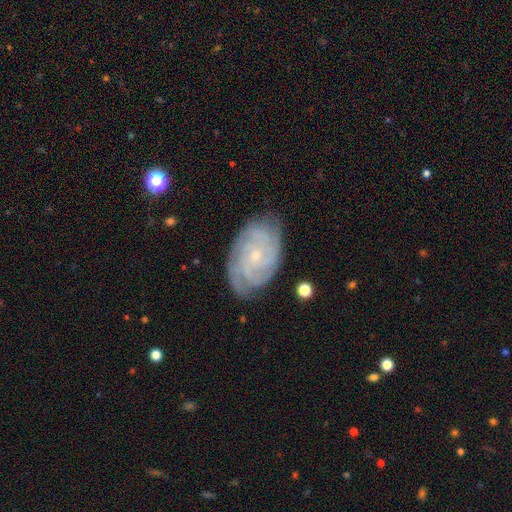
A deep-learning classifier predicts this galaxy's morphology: This is clearly a featured or disk galaxy (84%). It is clearly not viewed edge-on (97%). Bar: likely no (77%). Spiral arm pattern: clearly yes (97%). Spiral arm count: marginally 4 (30%). Spiral winding: likely tight (76%). Central bulge: likely small (80%). Merging: likely none (80%).